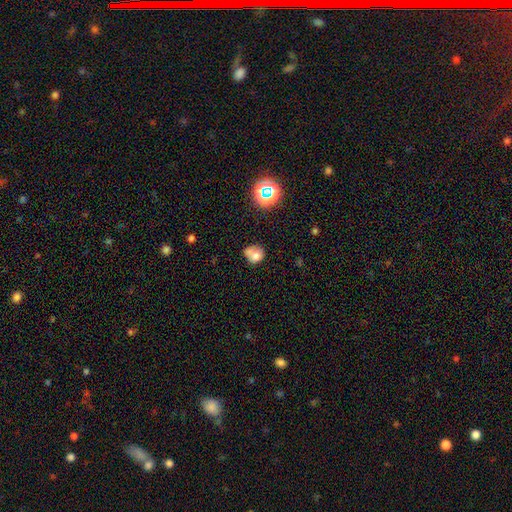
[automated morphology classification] The model was most divided on "merging": none: 38%, merger: 33%, minor disturbance: 19%, major disturbance: 10%. More confident: smooth or featured — smooth (68%); how rounded — round (67%).